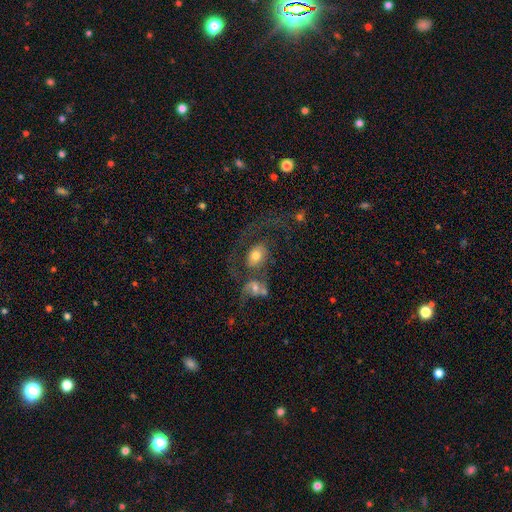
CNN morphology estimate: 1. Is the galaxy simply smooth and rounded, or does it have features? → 46% smooth, 45% featured or disk, 9% star or artifact.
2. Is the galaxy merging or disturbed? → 43% merger, 24% none, 22% major disturbance, 11% minor disturbance.